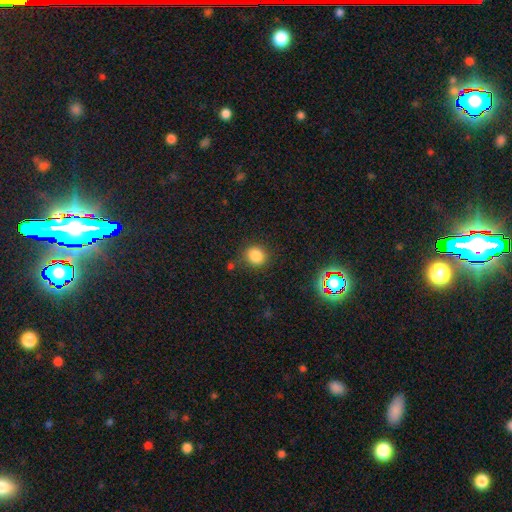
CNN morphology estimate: A smooth galaxy with no disk features (82%) that is round (74%). Merging: none (83%).